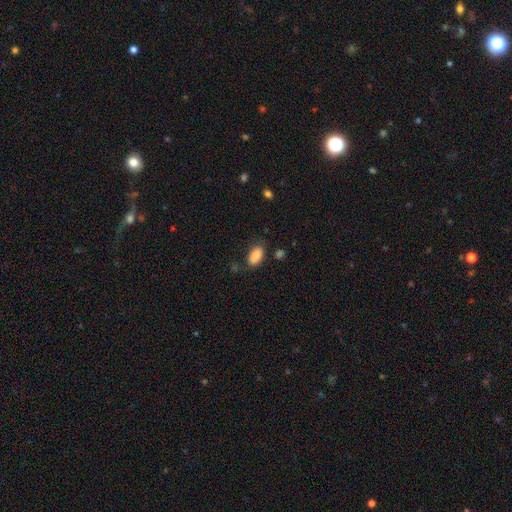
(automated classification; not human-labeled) A smooth galaxy with no disk features (87%) that is in between round and cigar-shaped (92%). Merging: none (75%).